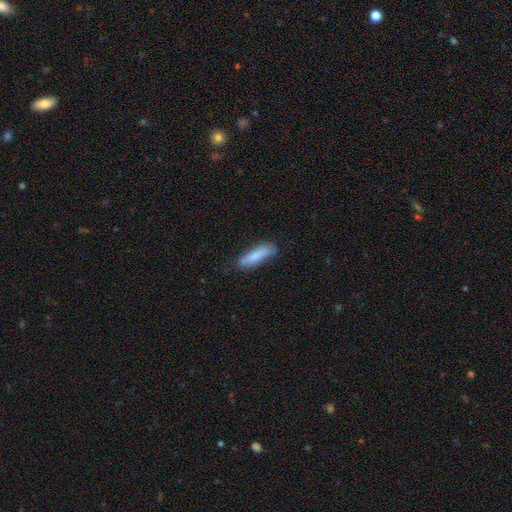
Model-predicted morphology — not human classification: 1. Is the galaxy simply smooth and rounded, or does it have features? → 78% smooth, 16% featured or disk, 6% star or artifact.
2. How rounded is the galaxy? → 62% cigar-shaped, 36% in between, 2% round.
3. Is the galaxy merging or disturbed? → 71% none, 21% minor disturbance, 4% major disturbance, 3% merger.